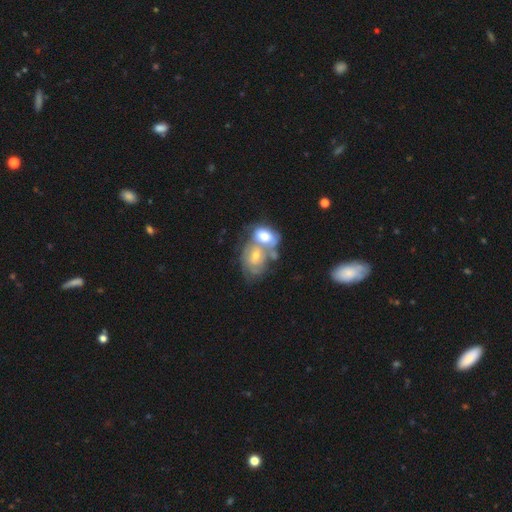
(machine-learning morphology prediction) smooth_or_featured: featured or disk (p=0.57) [alt: smooth p=0.36]
disk_edge_on: no (p=0.96) [alt: yes p=0.04]
bar: no (p=0.70) [alt: weak p=0.24]
has_spiral_arms: yes (p=0.62) [alt: no p=0.38]
bulge_size: moderate (p=0.52) [alt: small p=0.36]
merging: merger (p=0.70) [alt: none p=0.16]